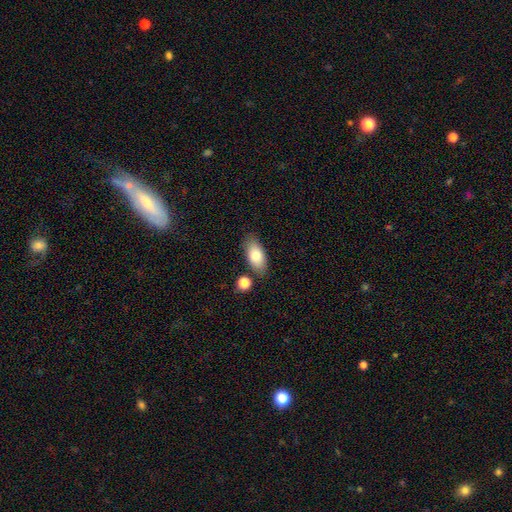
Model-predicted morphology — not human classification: This is clearly a smooth galaxy (81%). How rounded: clearly in between (90%). Merging: likely none (79%).